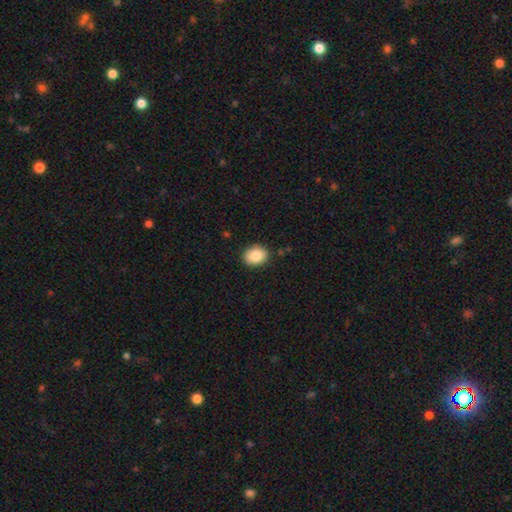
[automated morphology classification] smooth-or-featured: smooth: 86% | star or artifact: 8% | featured or disk: 6%
  how-rounded: in between: 56% | round: 43% | cigar-shaped: 1%
  merging: none: 89% | minor disturbance: 8% | major disturbance: 2% | merger: 1%